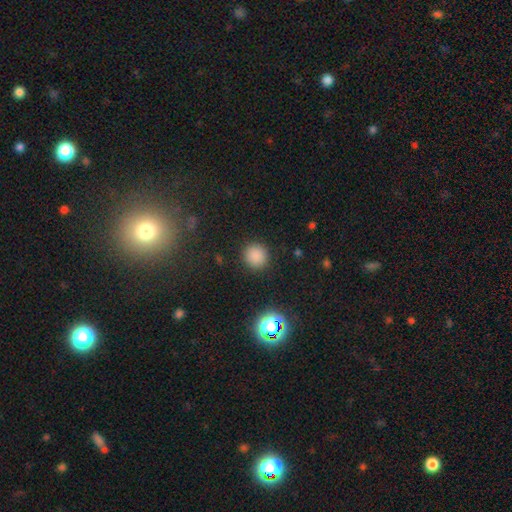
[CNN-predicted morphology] smooth 83%, star or artifact 13%, featured or disk 3%. Down the decision tree: how rounded — round (93%); merging — none (90%).